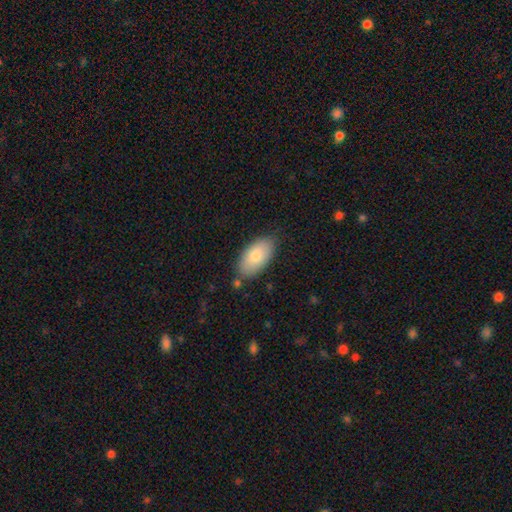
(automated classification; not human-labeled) smooth 79%, featured or disk 15%, star or artifact 6%. Down the decision tree: how rounded — in between (94%); merging — none (78%).